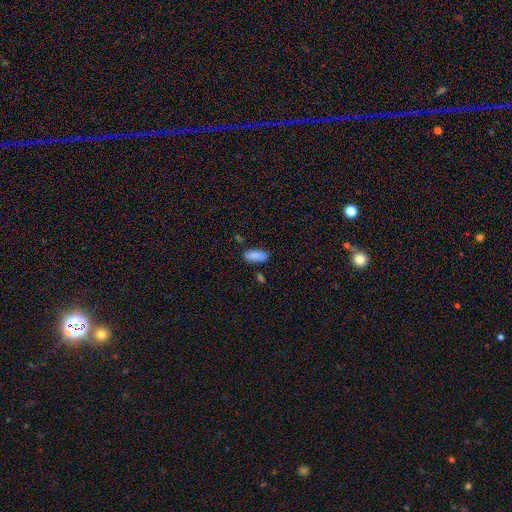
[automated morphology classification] smooth_or_featured: smooth (p=0.88) [alt: star or artifact p=0.07]
how_rounded: in between (p=0.88) [alt: cigar-shaped p=0.10]
merging: none (p=0.79) [alt: minor disturbance p=0.14]